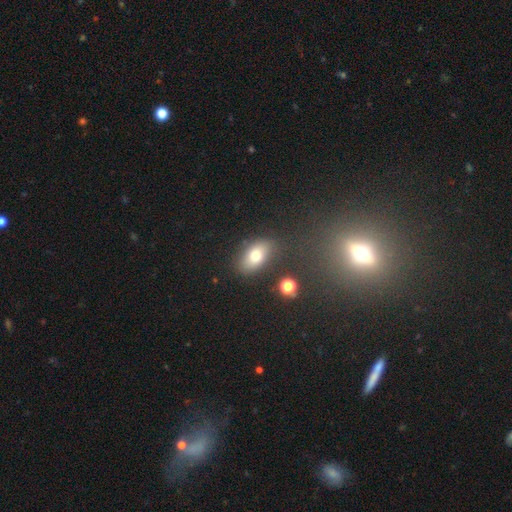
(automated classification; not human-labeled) Smooth or featured?
  - smooth: 75% *
  - featured or disk: 14%
  - star or artifact: 10%
How rounded?
  - in between: 88% *
  - round: 9%
  - cigar-shaped: 3%
Merging?
  - none: 78% *
  - minor disturbance: 13%
  - merger: 4%
  - major disturbance: 4%